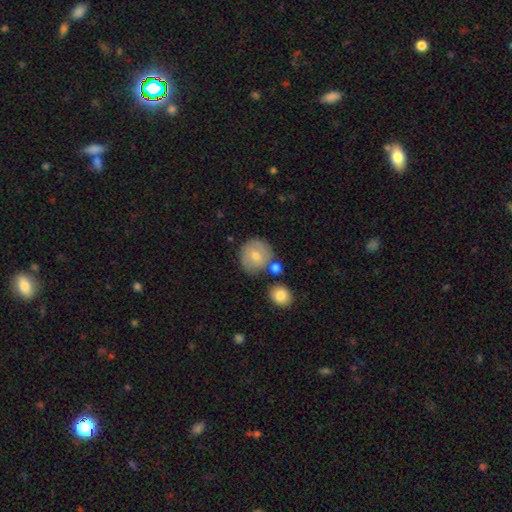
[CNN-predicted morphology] smooth-or-featured: smooth: 66% | featured or disk: 26% | star or artifact: 7%
  how-rounded: round: 90% | in between: 10% | cigar-shaped: 1%
  merging: none: 68% | minor disturbance: 15% | merger: 13% | major disturbance: 4%